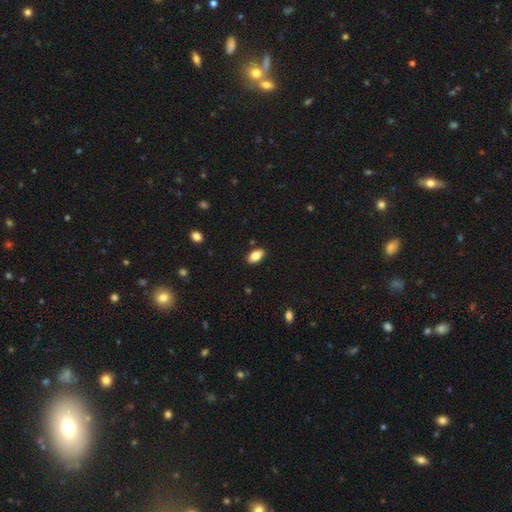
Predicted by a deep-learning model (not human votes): This appears to be a smooth galaxy with no disk features (82%) that is in between round and cigar-shaped (93%). Merging: none (88%).